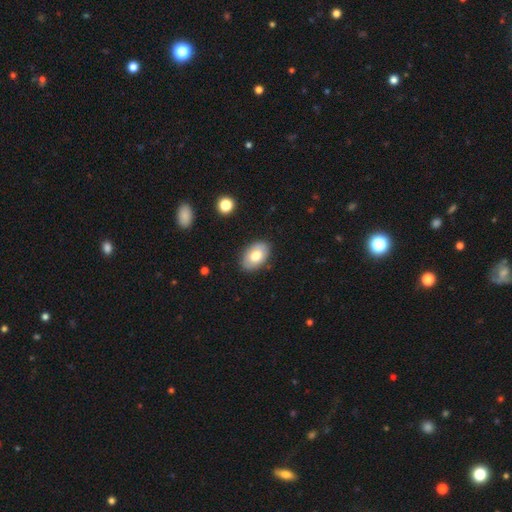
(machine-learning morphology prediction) smooth-or-featured: smooth: 75% | featured or disk: 19% | star or artifact: 7%
  how-rounded: in between: 90% | round: 9% | cigar-shaped: 1%
  merging: none: 86% | minor disturbance: 11% | major disturbance: 2% | merger: 1%